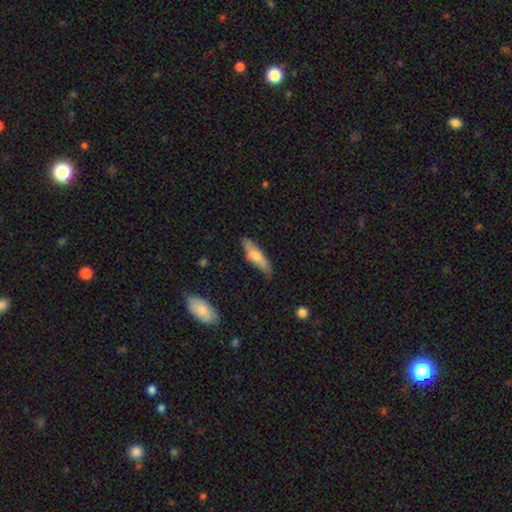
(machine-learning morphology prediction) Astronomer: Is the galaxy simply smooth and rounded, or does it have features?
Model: smooth — 66%.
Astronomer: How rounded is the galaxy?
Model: cigar-shaped — 59% (runner-up: in between, 39%).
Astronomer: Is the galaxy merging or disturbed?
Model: none — 81%.